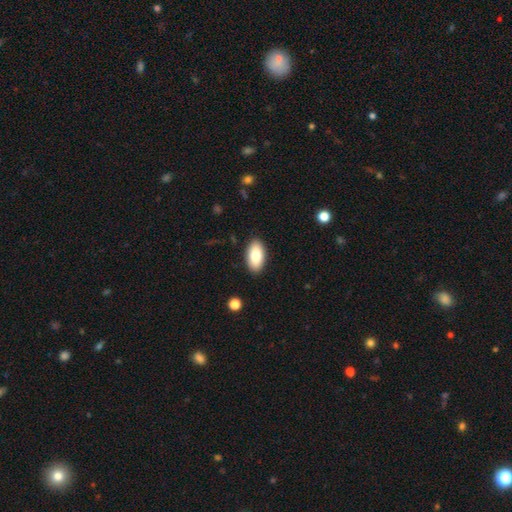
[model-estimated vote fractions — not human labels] This is clearly a smooth galaxy (81%). How rounded: clearly in between (93%). Merging: clearly none (89%).